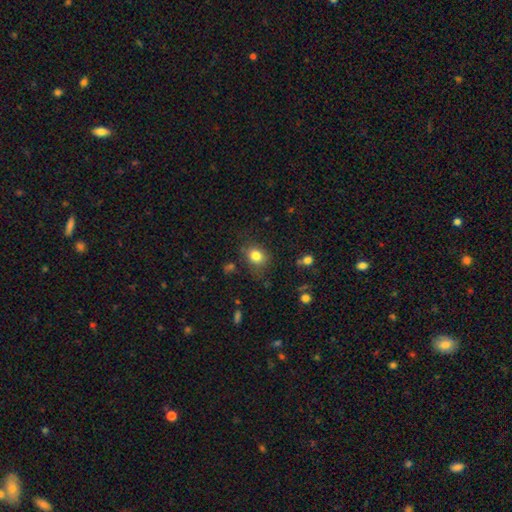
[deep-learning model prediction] Q: Smooth or featured?
A: smooth (81%); runner-up: star or artifact (11%)
Q: How rounded?
A: round (57%); runner-up: in between (42%)
Q: Merging?
A: none (73%); runner-up: minor disturbance (18%)